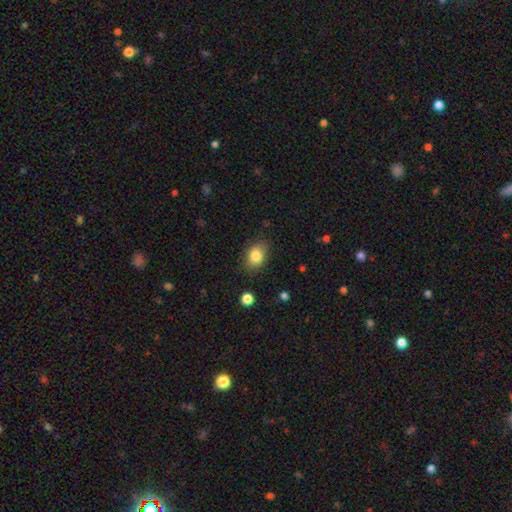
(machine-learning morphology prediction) This is clearly a smooth galaxy (83%). How rounded: likely in between (73%). Merging: clearly none (83%).